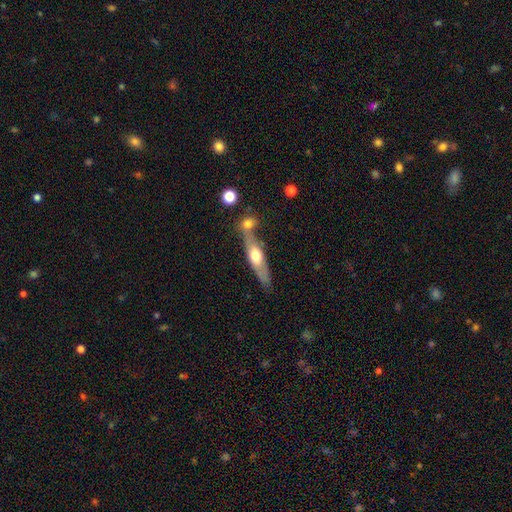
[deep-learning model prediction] Smooth or featured?
  - featured or disk: 51% *
  - smooth: 43%
  - star or artifact: 5%
Edge-on disk?
  - yes: 76% *
  - no: 24%
Merging?
  - none: 55% *
  - merger: 25%
  - minor disturbance: 15%
  - major disturbance: 5%